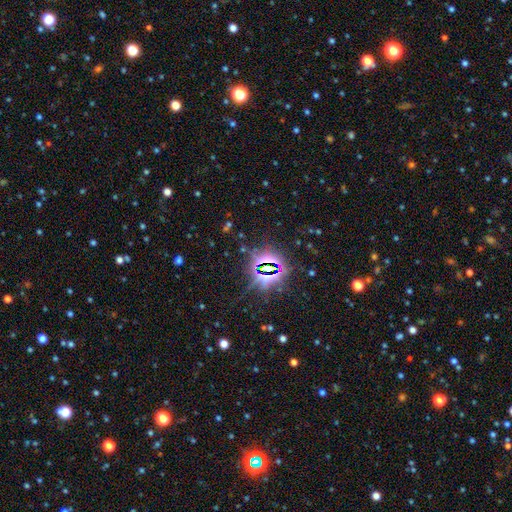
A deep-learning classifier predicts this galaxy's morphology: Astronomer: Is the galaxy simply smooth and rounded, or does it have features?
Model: star or artifact — 83%.